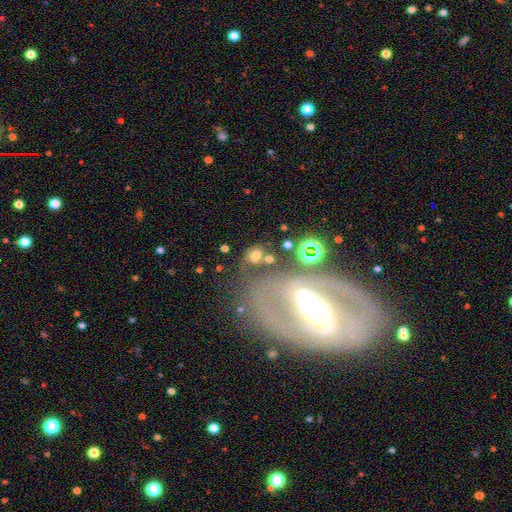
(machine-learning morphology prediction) This appears to be a smooth galaxy with no disk features (52%) that is in between round and cigar-shaped (67%). Merging: none (42%).